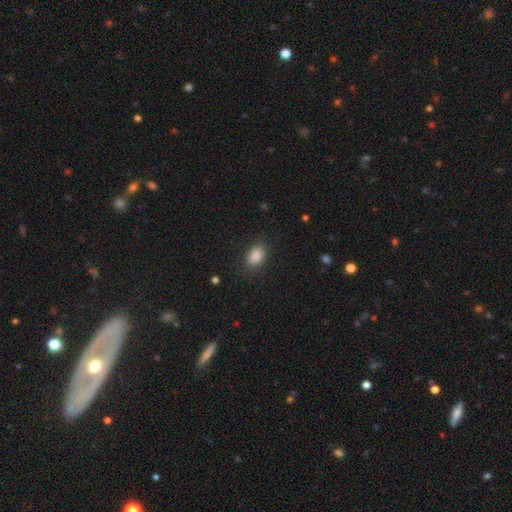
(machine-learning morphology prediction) type=smooth (87%); roundness=in between (84%); merging=none (86%).